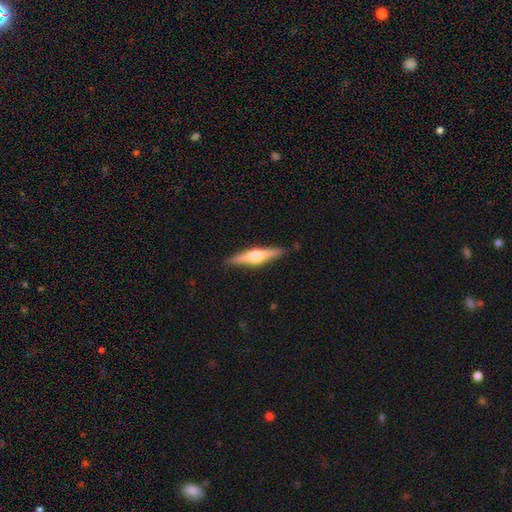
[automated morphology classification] This appears to be a featured or disk galaxy (69%) viewed edge-on (97%) with a rounded central bulge (91%). Merging: none (89%).